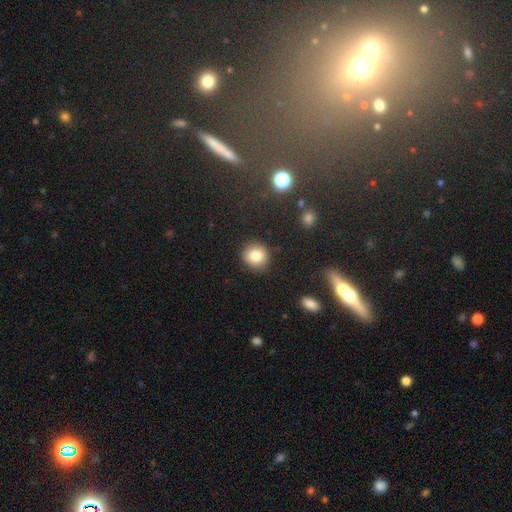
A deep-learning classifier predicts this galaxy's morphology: Smooth or featured? smooth (82%)
How rounded? round (89%)
Merging? none (88%)